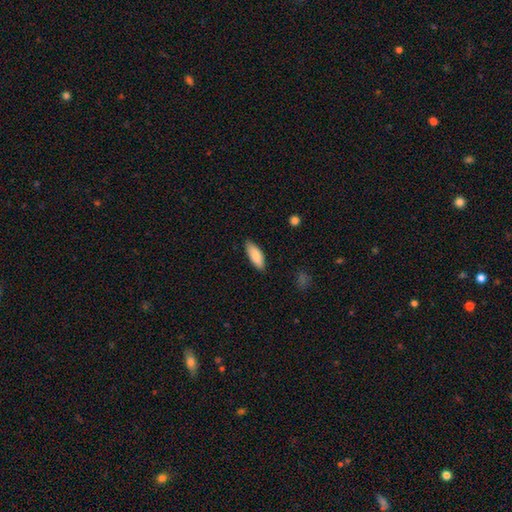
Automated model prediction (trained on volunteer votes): smooth 85%, featured or disk 9%, star or artifact 6%. Down the decision tree: how rounded — in between (75%); merging — none (85%).